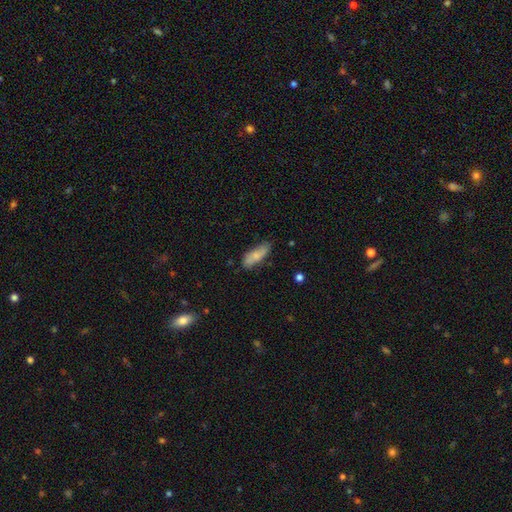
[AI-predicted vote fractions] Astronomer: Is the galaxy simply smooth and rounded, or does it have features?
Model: smooth — 74%.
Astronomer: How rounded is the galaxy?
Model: in between — 59% (runner-up: cigar-shaped, 39%).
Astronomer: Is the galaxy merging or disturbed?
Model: none — 67%.